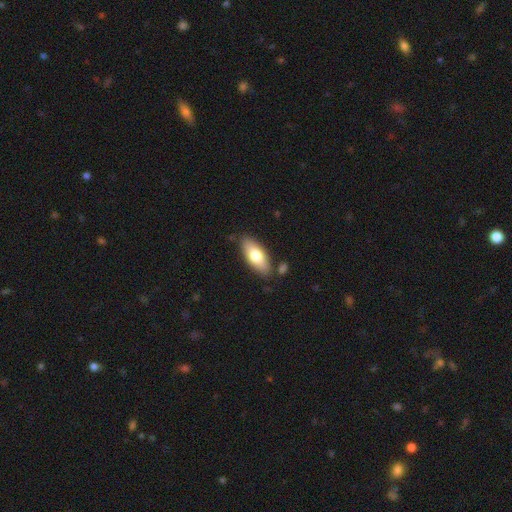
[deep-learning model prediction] Overall: smooth (72%). How rounded: in between (82%). Merging: none (82%).